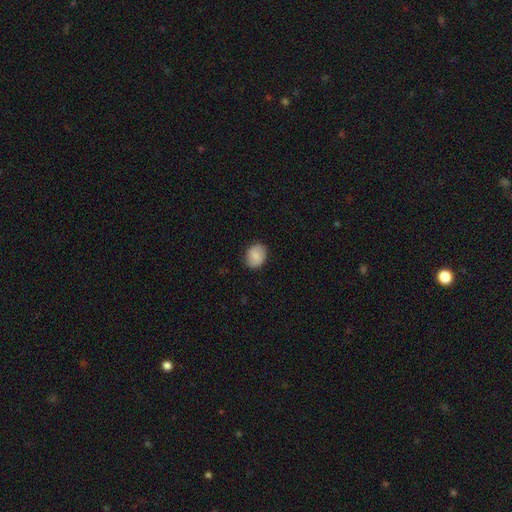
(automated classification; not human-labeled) A smooth galaxy with no disk features (79%) that is in between round and cigar-shaped (53%).

Vote fractions:
- Smooth or featured? smooth: 79% / featured or disk: 13% / star or artifact: 8%
- How rounded? in between: 53% / round: 46% / cigar-shaped: 1%
- Merging? none: 86% / minor disturbance: 11% / major disturbance: 2% / merger: 1%